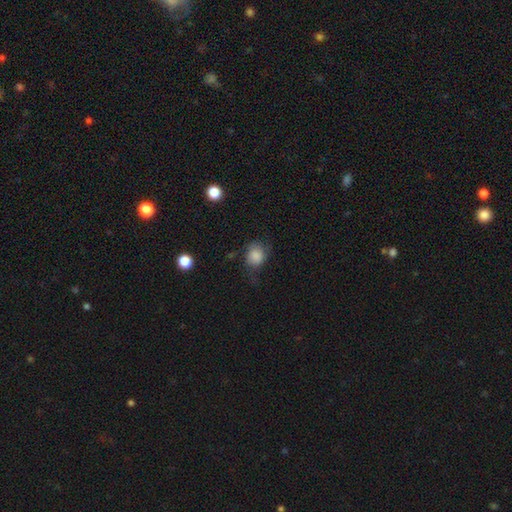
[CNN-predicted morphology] Smooth or featured? Predicted: smooth (p=0.81). How rounded? Predicted: round (p=0.61). Merging? Predicted: none (p=0.50).